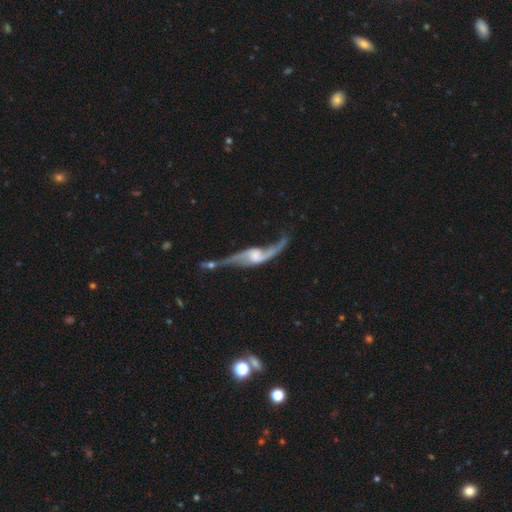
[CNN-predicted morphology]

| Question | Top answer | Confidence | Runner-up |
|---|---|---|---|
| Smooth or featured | featured or disk | 86% | smooth (8%) |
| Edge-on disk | no | 84% | yes (16%) |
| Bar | no | 48% | weak (39%) |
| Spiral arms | yes | 93% | no (7%) |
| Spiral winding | loose | 90% | medium (7%) |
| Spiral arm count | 2 | 91% | 1 (4%) |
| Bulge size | small | 33% | moderate (29%) |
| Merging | none | 37% | merger (27%) |